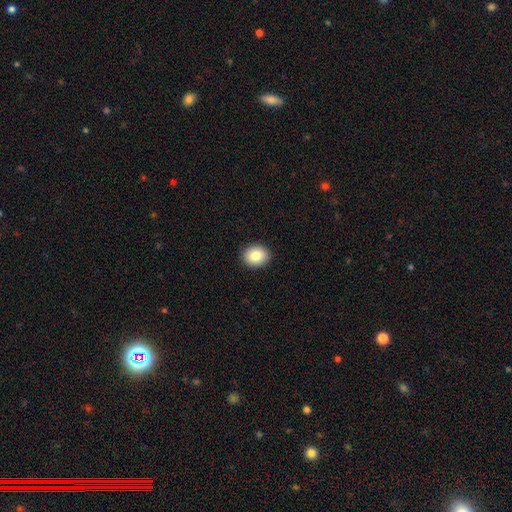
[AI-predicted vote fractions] Smooth or featured?
  - smooth: 83% *
  - star or artifact: 9%
  - featured or disk: 8%
How rounded?
  - round: 64% *
  - in between: 35%
  - cigar-shaped: 1%
Merging?
  - none: 91% *
  - minor disturbance: 6%
  - major disturbance: 2%
  - merger: 1%